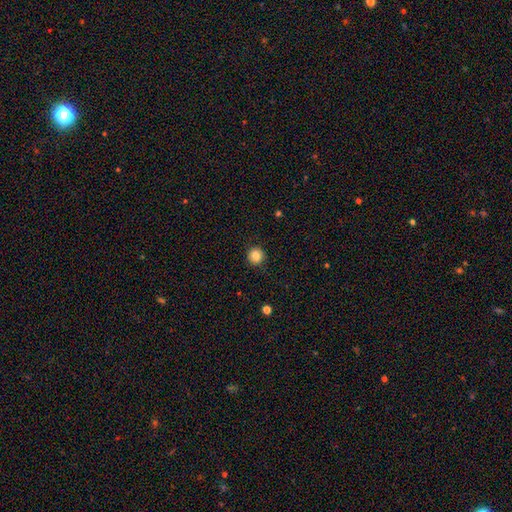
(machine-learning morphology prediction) Q: Smooth or featured?
A: smooth (83%); runner-up: star or artifact (11%)
Q: How rounded?
A: round (93%); runner-up: in between (6%)
Q: Merging?
A: none (91%); runner-up: minor disturbance (6%)